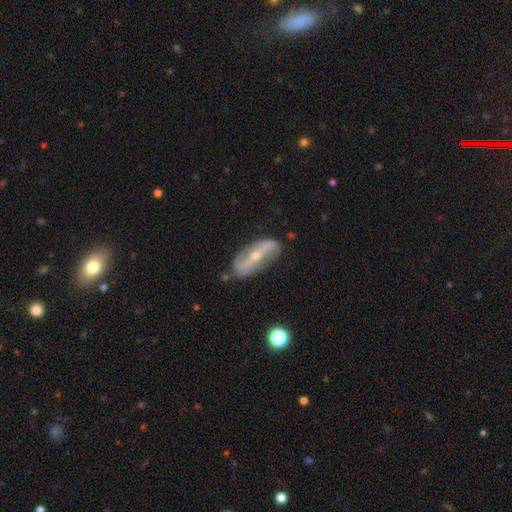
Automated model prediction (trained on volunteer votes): Smooth or featured?
  - featured or disk: 81% *
  - smooth: 13%
  - star or artifact: 6%
Edge-on disk?
  - no: 83% *
  - yes: 17%
Bar?
  - strong: 61% *
  - weak: 20%
  - no: 18%
Spiral arms?
  - yes: 79% *
  - no: 21%
Spiral winding?
  - loose: 58% *
  - medium: 26%
  - tight: 16%
Spiral arm count?
  - 2: 89% *
  - can't tell: 6%
  - 1: 2%
  - 3: 1%
  - 4: 1%
  - more than 4: 1%
Bulge size?
  - small: 63% *
  - moderate: 34%
  - none: 1%
  - large: 1%
  - dominant: 1%
Merging?
  - none: 79% *
  - minor disturbance: 15%
  - major disturbance: 4%
  - merger: 2%